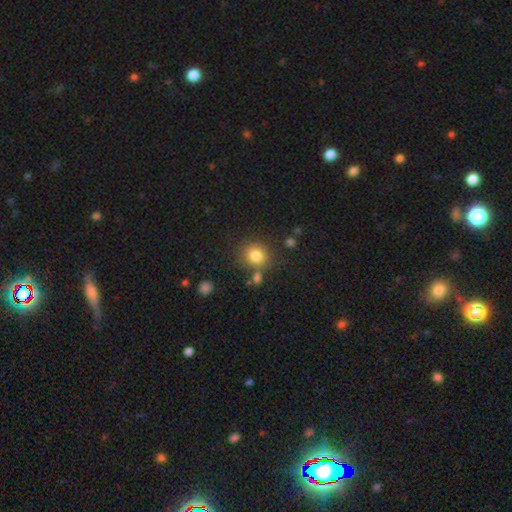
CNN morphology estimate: Overall: smooth (82%). How rounded: round (85%). Merging: none (73%).